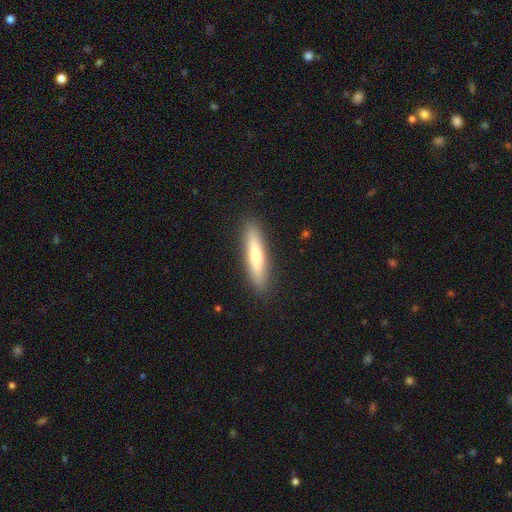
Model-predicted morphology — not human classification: Overall: smooth (54%; featured or disk 41%). How rounded: cigar-shaped (85%). Merging: none (91%).